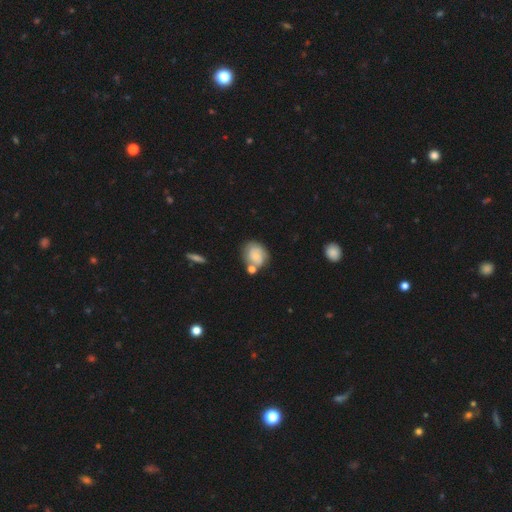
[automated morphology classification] This appears to be a smooth galaxy with no disk features (57%) that is round (54%). Merging: none (49%).